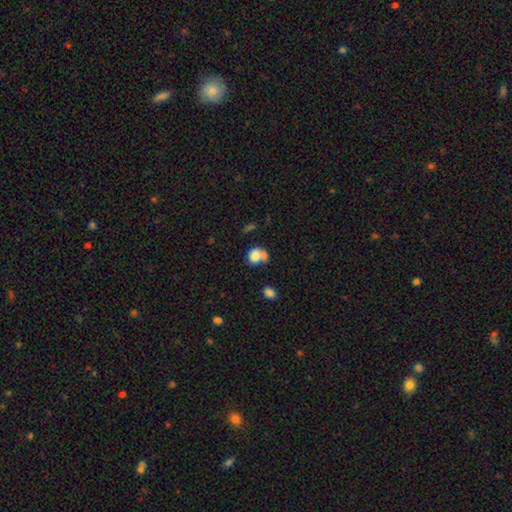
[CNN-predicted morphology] The model was most divided on "how rounded": round: 55%, in between: 44%, cigar-shaped: 1%. Remaining: smooth or featured — smooth (80%); merging — merger (48%).